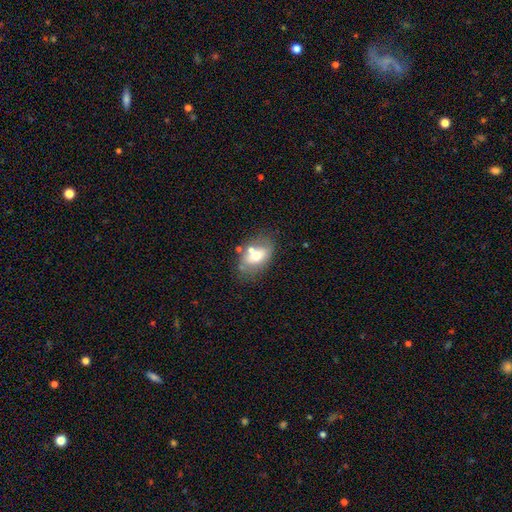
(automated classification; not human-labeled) A smooth galaxy with no disk features (56%) that is in between round and cigar-shaped (85%). Merging: none (59%).